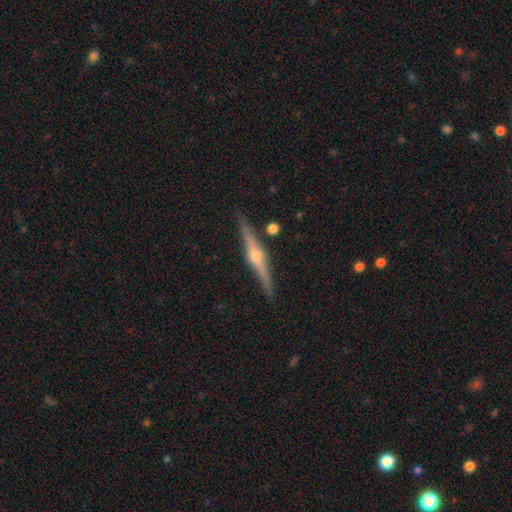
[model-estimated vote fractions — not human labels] Smooth or featured? featured or disk (80%)
Edge-on disk? yes (98%)
Edge-on bulge? rounded (91%)
Merging? none (89%)